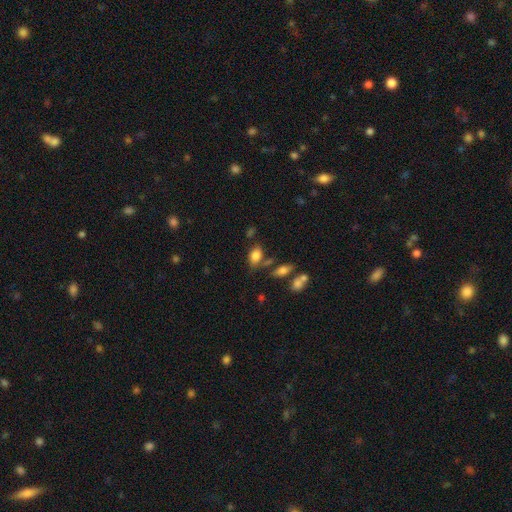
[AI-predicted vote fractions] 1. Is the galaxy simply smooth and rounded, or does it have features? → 82% smooth, 9% star or artifact, 9% featured or disk.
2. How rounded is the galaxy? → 87% in between, 10% round, 3% cigar-shaped.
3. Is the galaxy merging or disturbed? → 63% none, 16% minor disturbance, 15% merger, 6% major disturbance.